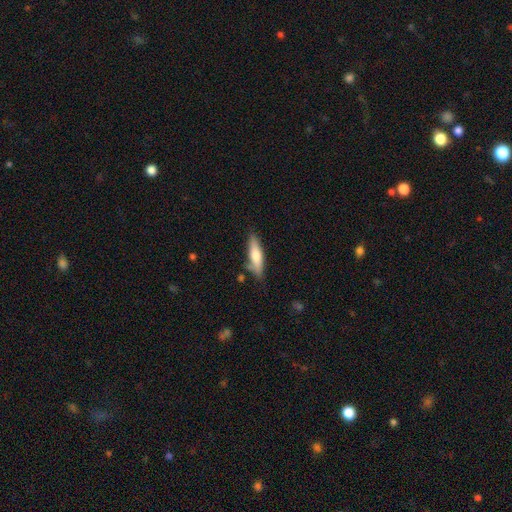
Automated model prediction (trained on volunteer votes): Q: Smooth or featured?
A: smooth (65%); runner-up: featured or disk (29%)
Q: How rounded?
A: cigar-shaped (69%); runner-up: in between (29%)
Q: Merging?
A: none (75%); runner-up: minor disturbance (17%)